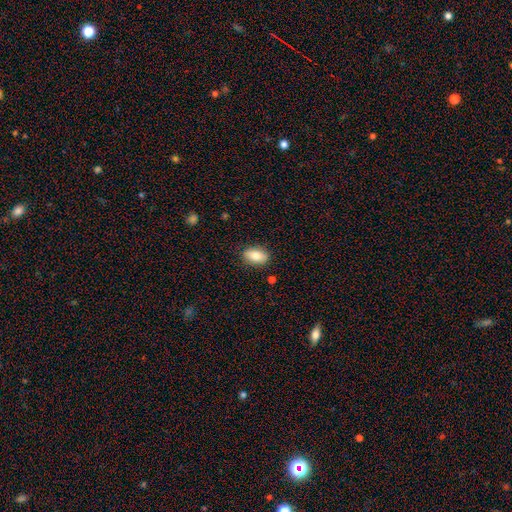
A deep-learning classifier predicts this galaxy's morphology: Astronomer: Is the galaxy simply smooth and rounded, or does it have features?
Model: smooth — 80%.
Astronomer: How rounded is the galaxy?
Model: in between — 89%.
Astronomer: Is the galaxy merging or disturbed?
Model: none — 86%.